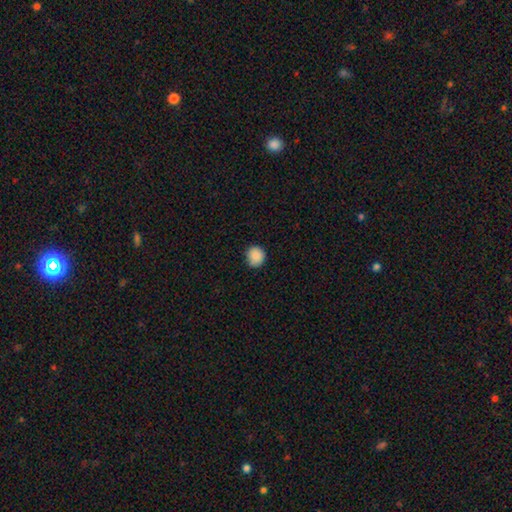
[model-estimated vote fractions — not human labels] Smooth or featured? smooth (88%)
How rounded? round (87%)
Merging? none (81%)